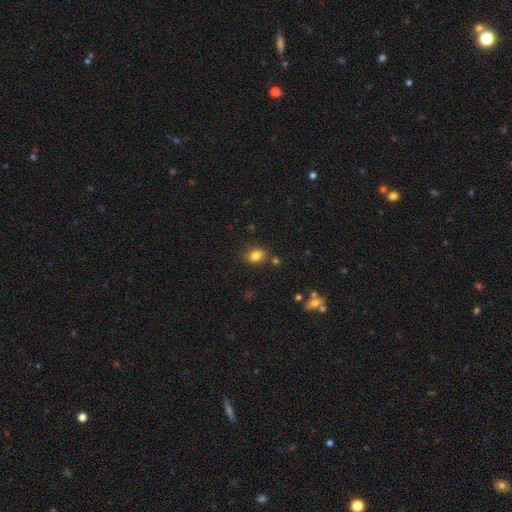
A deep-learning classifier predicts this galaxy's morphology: smooth-or-featured: smooth: 82% | star or artifact: 11% | featured or disk: 7%
  how-rounded: in between: 56% | round: 43% | cigar-shaped: 1%
  merging: none: 78% | minor disturbance: 13% | merger: 6% | major disturbance: 3%